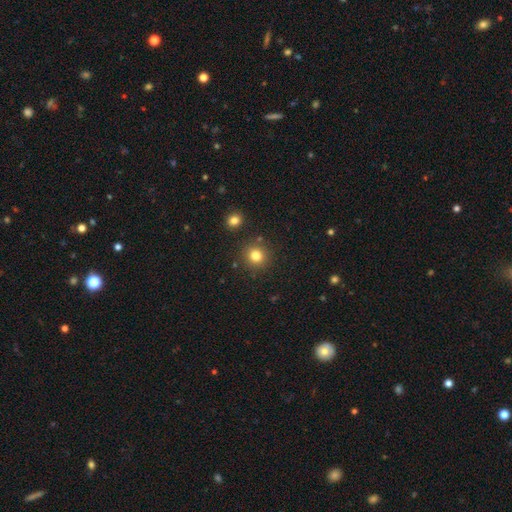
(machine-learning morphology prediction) Smooth or featured? smooth (82%)
How rounded? round (91%)
Merging? none (86%)